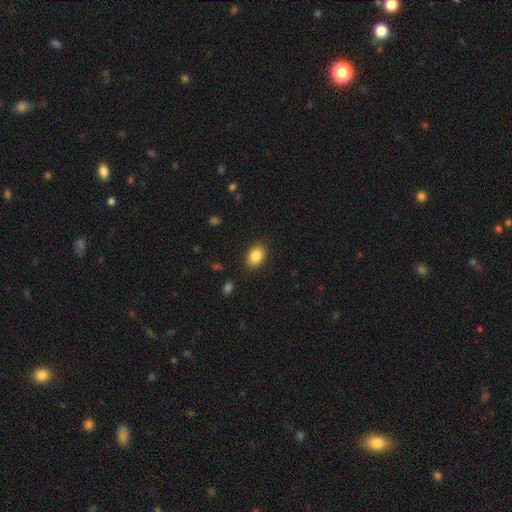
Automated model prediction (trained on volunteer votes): A smooth galaxy with no disk features (85%) that is in between round and cigar-shaped (75%).

Vote fractions:
- Smooth or featured? smooth: 85% / star or artifact: 8% / featured or disk: 7%
- How rounded? in between: 75% / round: 24% / cigar-shaped: 1%
- Merging? none: 86% / minor disturbance: 10% / major disturbance: 3% / merger: 1%